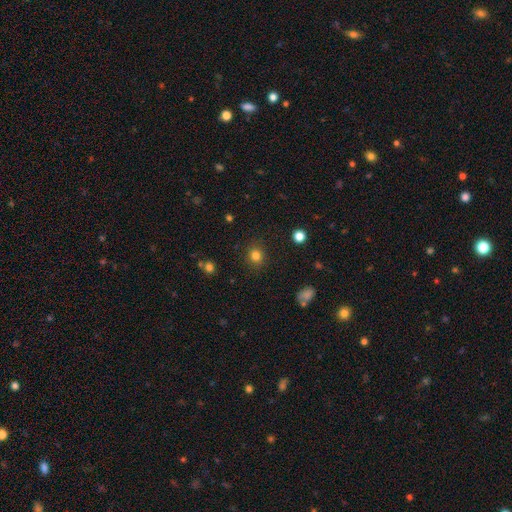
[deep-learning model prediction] Smooth or featured? smooth (81%)
How rounded? round (82%)
Merging? none (88%)